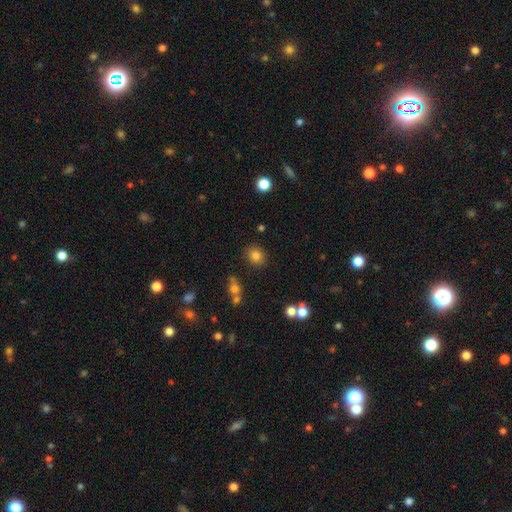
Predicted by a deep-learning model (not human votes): smooth 80%, star or artifact 13%, featured or disk 7%. Down the decision tree: how rounded — round (73%); merging — none (86%).